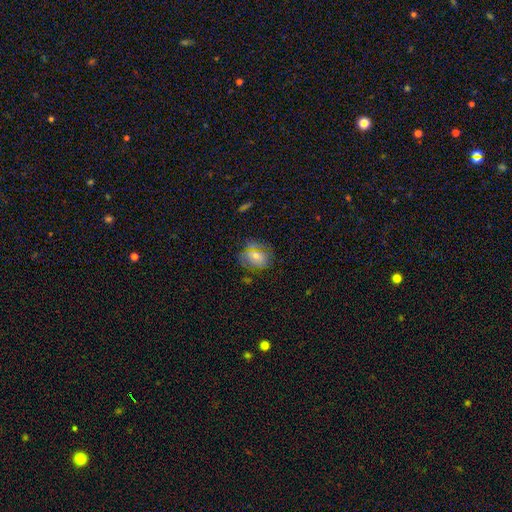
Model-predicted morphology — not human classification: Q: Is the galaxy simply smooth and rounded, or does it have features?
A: smooth — 50%.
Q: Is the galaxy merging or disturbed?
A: none — 70%.